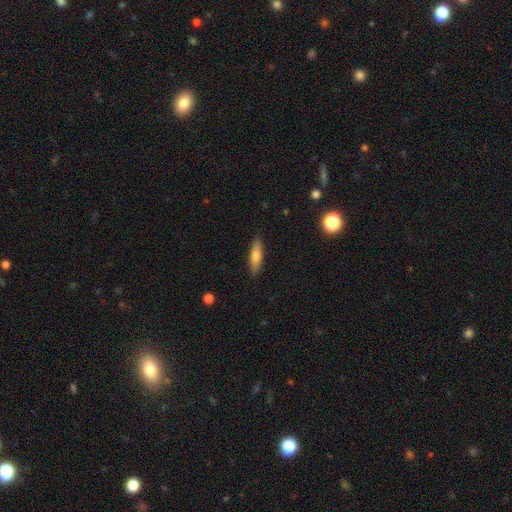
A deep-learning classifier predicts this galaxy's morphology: This is likely a smooth galaxy (72%). How rounded: likely cigar-shaped (66%). Merging: clearly none (88%).